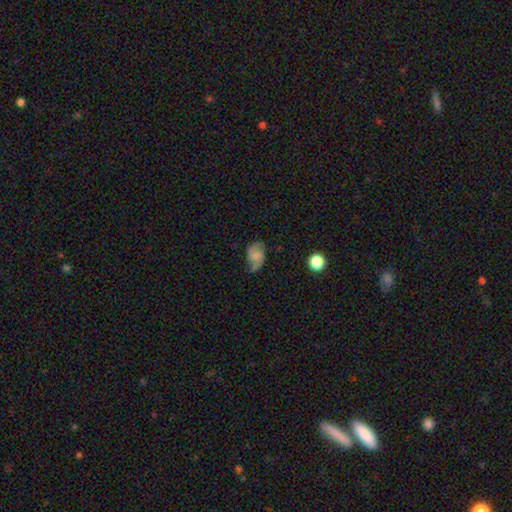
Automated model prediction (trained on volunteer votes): Smooth or featured: featured or disk — 62% (smooth — 29%)
Edge-on disk: no — 97% (yes — 3%)
Bar: no — 60% (weak — 34%)
Spiral arms: yes — 93% (no — 7%)
Spiral winding: loose — 44% (medium — 41%)
Spiral arm count: 2 — 85% (1 — 7%)
Bulge size: none — 41% (small — 32%)
Merging: none — 59% (minor disturbance — 26%)